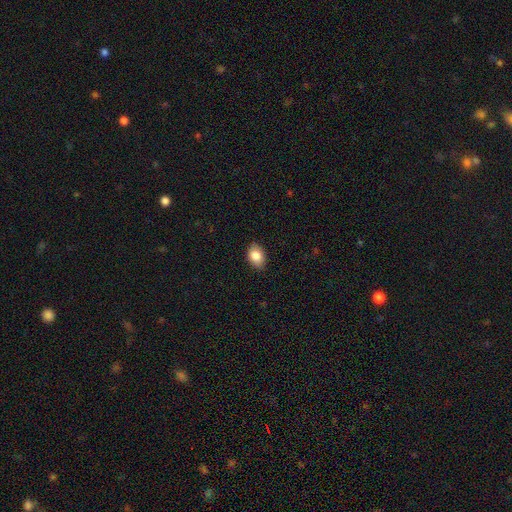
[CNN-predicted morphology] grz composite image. It shows a smooth galaxy with no disk features (85%) that is in between round and cigar-shaped (80%). Merging: none (85%).